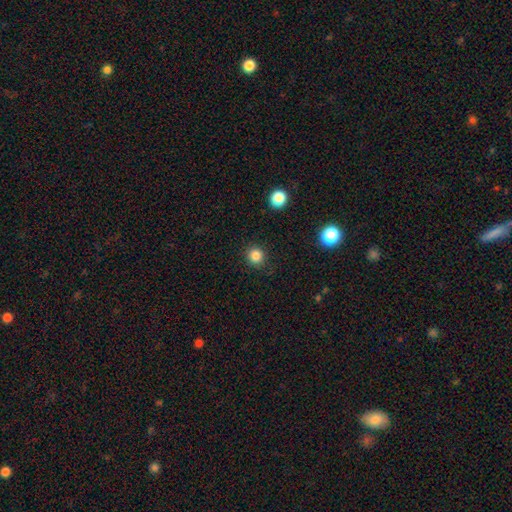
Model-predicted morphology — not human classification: A smooth galaxy with no disk features (85%) that is round (91%).

Vote fractions:
- Smooth or featured? smooth: 85% / star or artifact: 12% / featured or disk: 4%
- How rounded? round: 91% / in between: 8% / cigar-shaped: 1%
- Merging? none: 90% / minor disturbance: 7% / major disturbance: 2% / merger: 1%